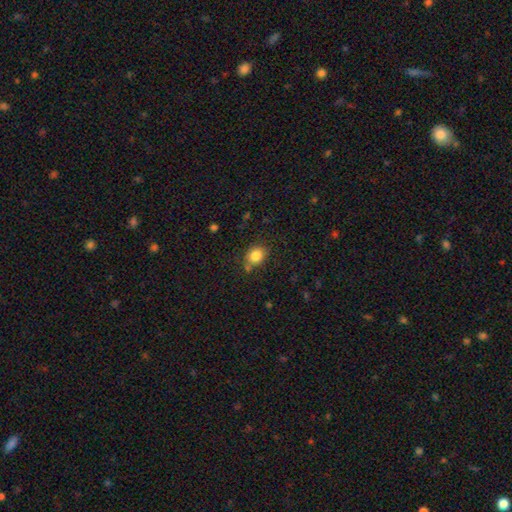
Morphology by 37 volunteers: A smooth galaxy with no disk features (89%) that is round (67%).

Vote fractions:
- Smooth or featured? smooth: 89% / featured or disk: 5% / star or artifact: 5%
- How rounded? round: 67% / in between: 33% / cigar-shaped: 0%
- Merging? none: 63% / minor disturbance: 26% / merger: 9% / major disturbance: 3%